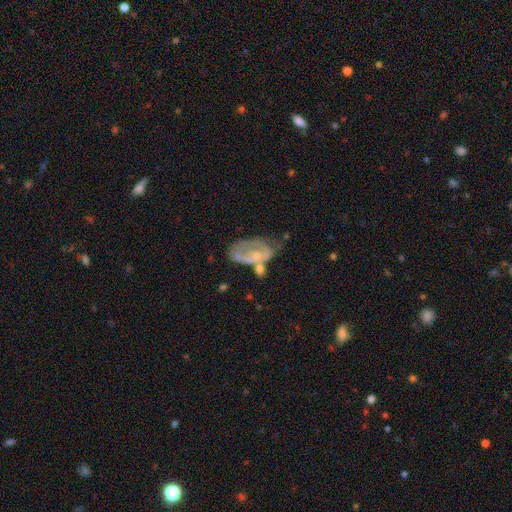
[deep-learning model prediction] The model was most divided on "merging": major disturbance: 30%, none: 26%, minor disturbance: 24%, merger: 20%. Remaining: edge-on disk — no (96%); bar — no (78%); smooth or featured — featured or disk (61%); spiral arms — no (59%); bulge size — small (49%).